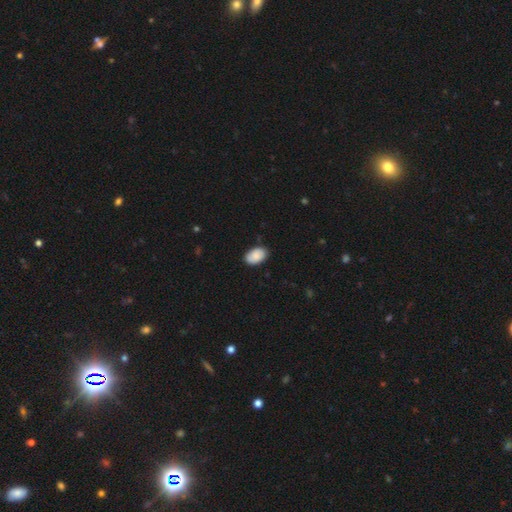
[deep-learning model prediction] Morphology: type=smooth (85%); roundness=in between (92%); merging=none (84%).